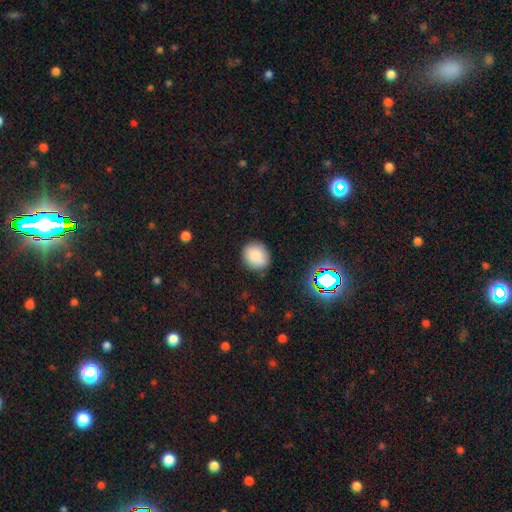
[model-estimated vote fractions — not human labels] Smooth or featured?
  - smooth: 83% *
  - star or artifact: 11%
  - featured or disk: 6%
How rounded?
  - round: 76% *
  - in between: 23%
  - cigar-shaped: 1%
Merging?
  - none: 83% *
  - minor disturbance: 12%
  - major disturbance: 3%
  - merger: 2%